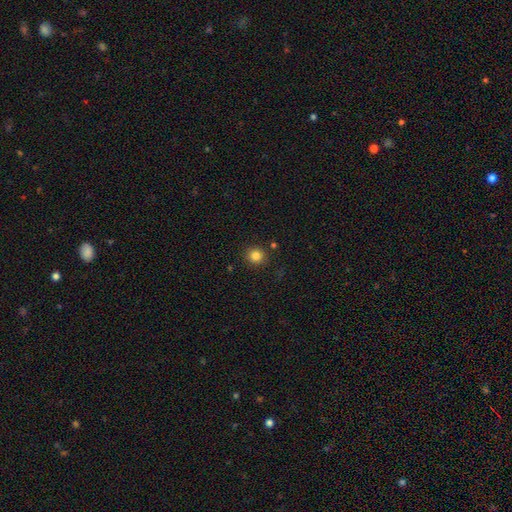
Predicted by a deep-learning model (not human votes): A smooth galaxy with no disk features (83%) that is round (91%). Merging: none (89%).